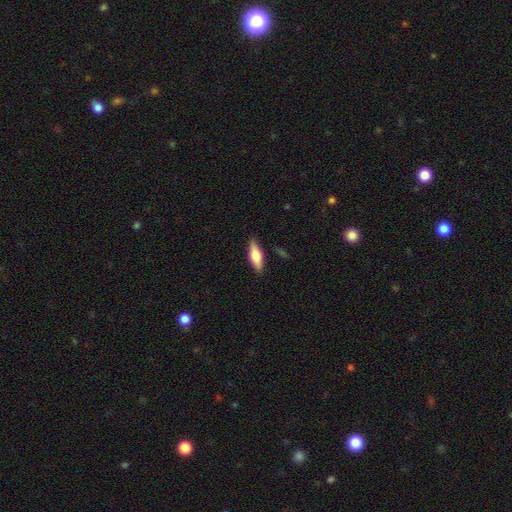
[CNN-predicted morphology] smooth_or_featured: smooth (p=0.65) [alt: featured or disk p=0.29]
how_rounded: in between (p=0.61) [alt: cigar-shaped p=0.36]
merging: none (p=0.87) [alt: minor disturbance p=0.10]